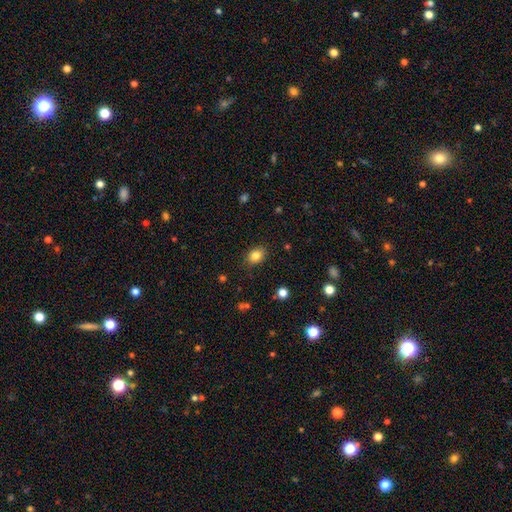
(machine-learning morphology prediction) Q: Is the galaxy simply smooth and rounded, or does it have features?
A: smooth — 84%.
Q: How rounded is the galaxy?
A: in between — 60%.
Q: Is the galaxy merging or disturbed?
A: none — 85%.